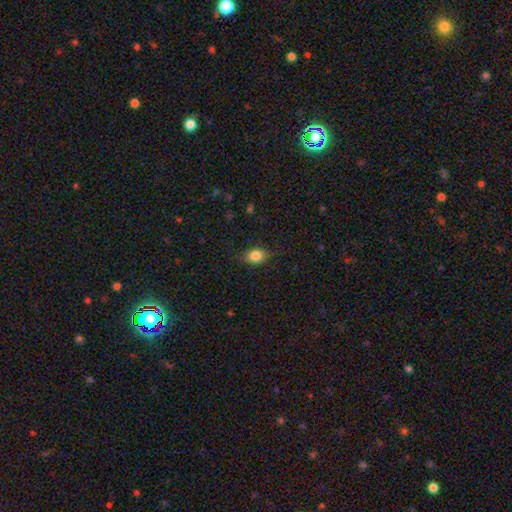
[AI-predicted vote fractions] Smooth or featured? smooth (81%)
How rounded? in between (59%)
Merging? none (78%)